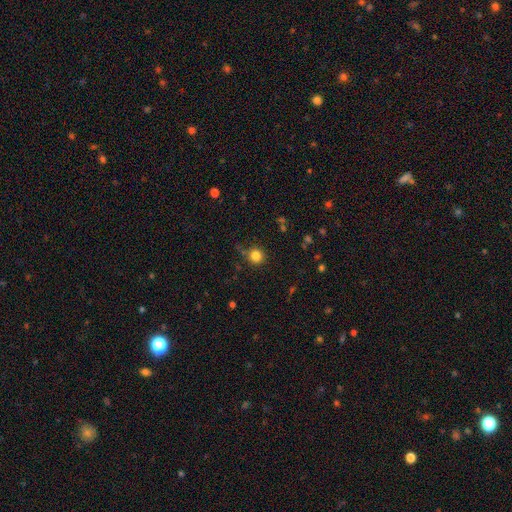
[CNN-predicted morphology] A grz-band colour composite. It shows a smooth galaxy with no disk features (82%) that is round (93%). Merging: none (81%).